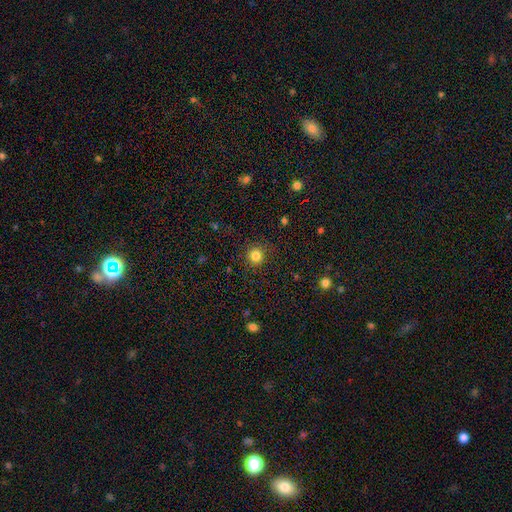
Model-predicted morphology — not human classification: This appears to be a smooth galaxy with no disk features (83%) that is round (94%). Merging: none (90%).